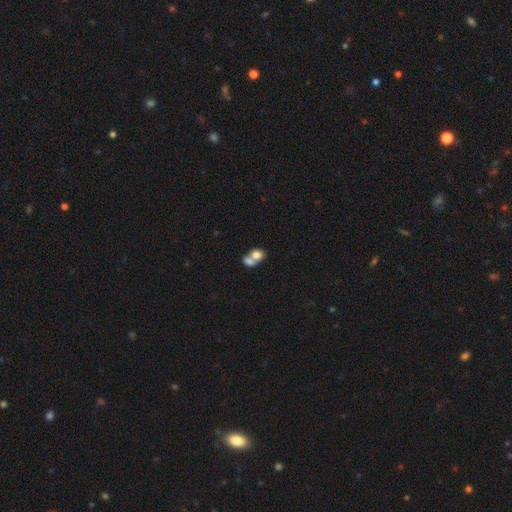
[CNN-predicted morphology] Smooth or featured: smooth — 75% (featured or disk — 17%)
How rounded: in between — 50% (round — 48%)
Merging: merger — 70% (none — 20%)